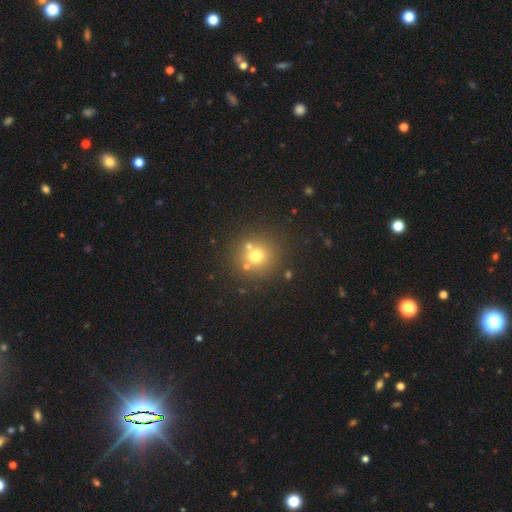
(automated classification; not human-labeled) A smooth galaxy with no disk features (67%) that is round (91%). Merging: none (71%).